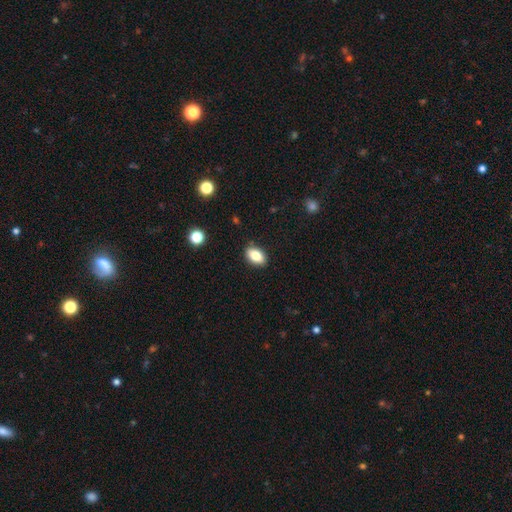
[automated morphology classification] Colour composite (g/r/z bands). It shows a smooth galaxy with no disk features (83%) that is in between round and cigar-shaped (89%). Merging: none (88%).